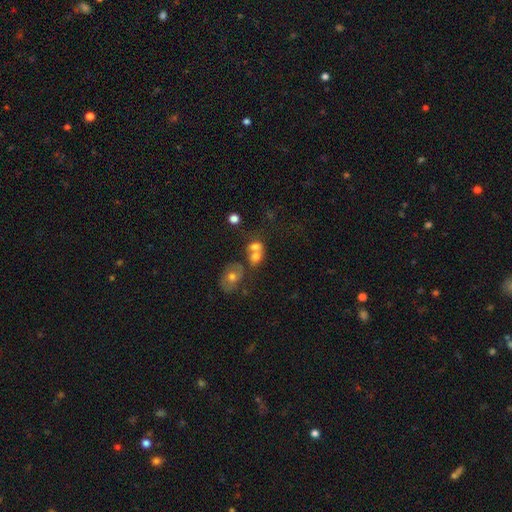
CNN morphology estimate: type=smooth (68%); roundness=in between (60%); merging=merger (57%).